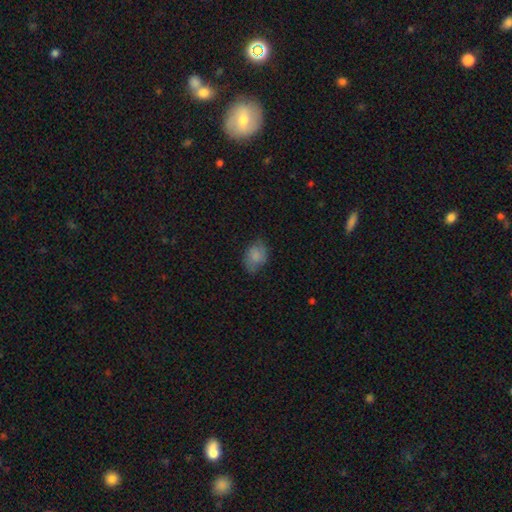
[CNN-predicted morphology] Smooth or featured?
  - smooth: 76% *
  - featured or disk: 15%
  - star or artifact: 8%
How rounded?
  - in between: 78% *
  - round: 20%
  - cigar-shaped: 1%
Merging?
  - none: 66% *
  - minor disturbance: 26%
  - major disturbance: 7%
  - merger: 1%